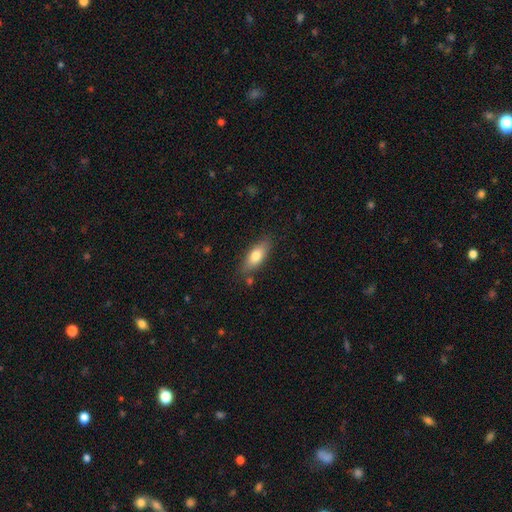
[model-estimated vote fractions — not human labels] Overall: smooth (74%). How rounded: in between (76%). Merging: none (78%).